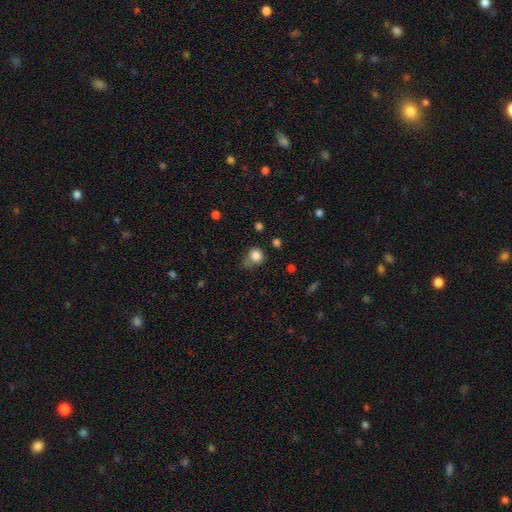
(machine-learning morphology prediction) smooth 83%, star or artifact 11%, featured or disk 6%. Down the decision tree: how rounded — round (83%); merging — none (59%).